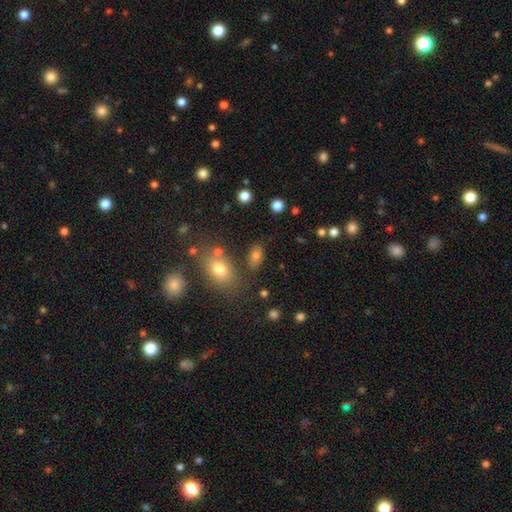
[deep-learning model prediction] Smooth or featured?
  - smooth: 78% *
  - star or artifact: 12%
  - featured or disk: 10%
How rounded?
  - in between: 89% *
  - round: 8%
  - cigar-shaped: 3%
Merging?
  - none: 77% *
  - minor disturbance: 13%
  - merger: 6%
  - major disturbance: 4%